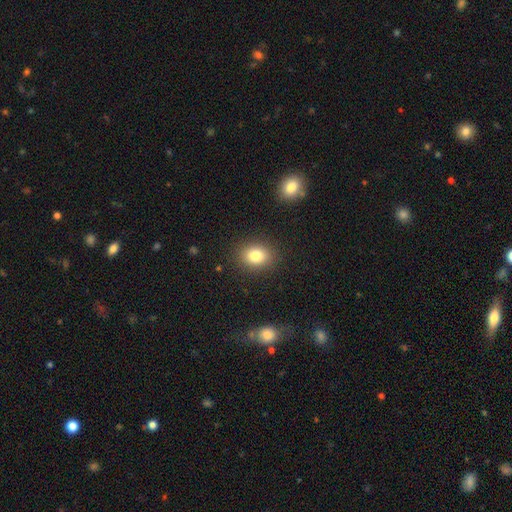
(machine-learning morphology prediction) smooth 82%, star or artifact 11%, featured or disk 8%. Down the decision tree: how rounded — in between (50%); merging — none (87%).